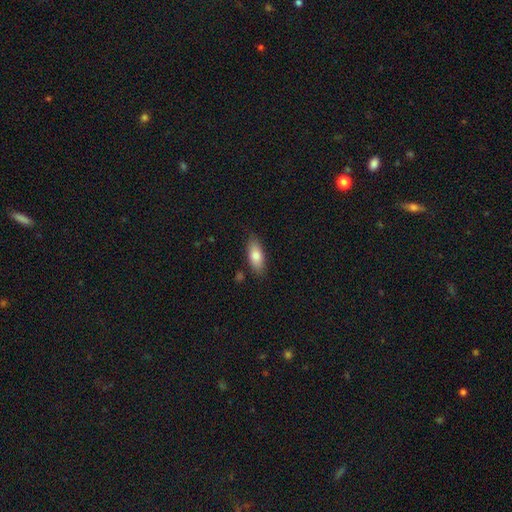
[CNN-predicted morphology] Overall: smooth (80%). How rounded: in between (79%). Merging: none (83%).